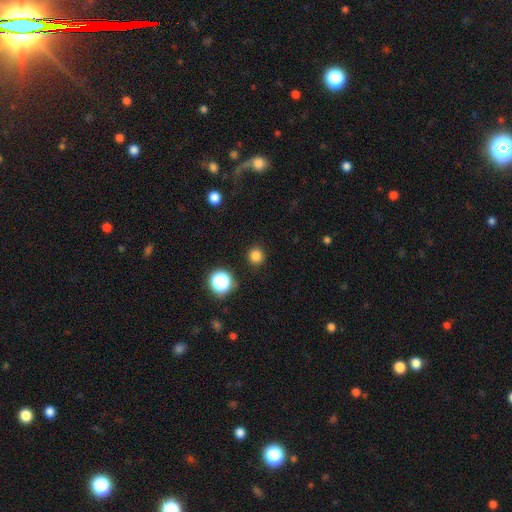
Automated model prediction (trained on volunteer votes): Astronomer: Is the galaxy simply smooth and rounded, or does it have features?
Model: smooth — 81%.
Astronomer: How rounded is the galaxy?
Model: round — 93%.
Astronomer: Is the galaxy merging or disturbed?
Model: none — 91%.